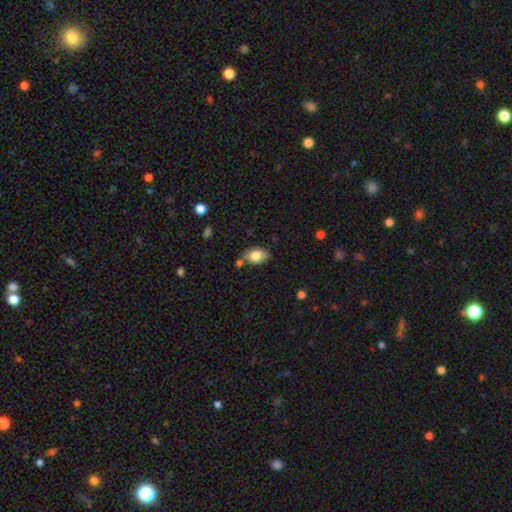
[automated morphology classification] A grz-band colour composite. It shows a smooth galaxy with no disk features (80%) that is in between round and cigar-shaped (86%). Merging: none (71%).